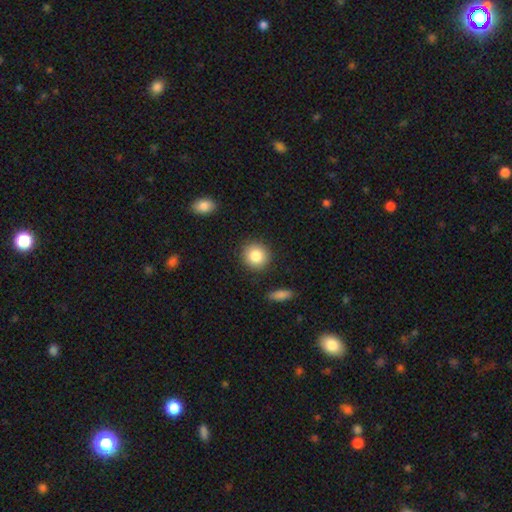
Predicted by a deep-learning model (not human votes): smooth-or-featured: smooth: 84% | star or artifact: 9% | featured or disk: 7%
  how-rounded: round: 90% | in between: 9% | cigar-shaped: 1%
  merging: none: 88% | minor disturbance: 7% | major disturbance: 2% | merger: 2%